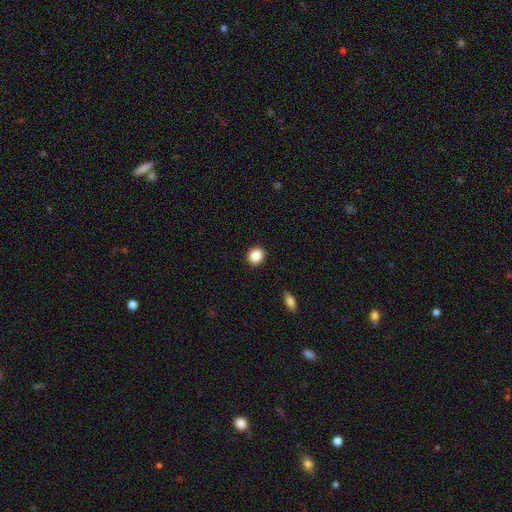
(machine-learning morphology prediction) A smooth galaxy with no disk features (87%) that is round (77%). Merging: none (91%).